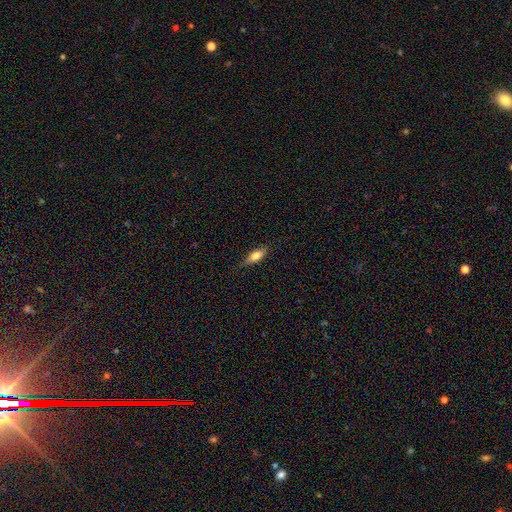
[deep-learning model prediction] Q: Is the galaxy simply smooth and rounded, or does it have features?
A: smooth — 75%.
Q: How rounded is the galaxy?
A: in between — 64%.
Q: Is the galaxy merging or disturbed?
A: none — 80%.